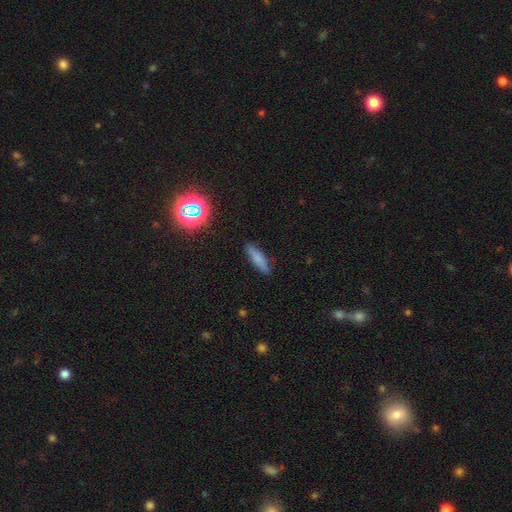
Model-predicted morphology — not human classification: A smooth galaxy with no disk features (75%) that is cigar-shaped (68%). Merging: none (86%).